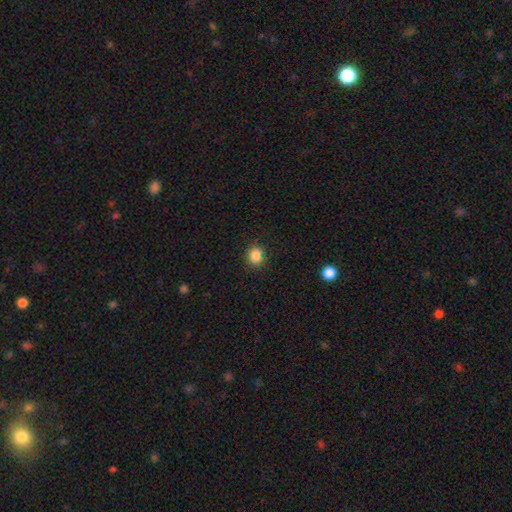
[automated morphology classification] smooth_or_featured: smooth (p=0.84) [alt: star or artifact p=0.12]
how_rounded: round (p=0.87) [alt: in between p=0.12]
merging: none (p=0.89) [alt: minor disturbance p=0.07]